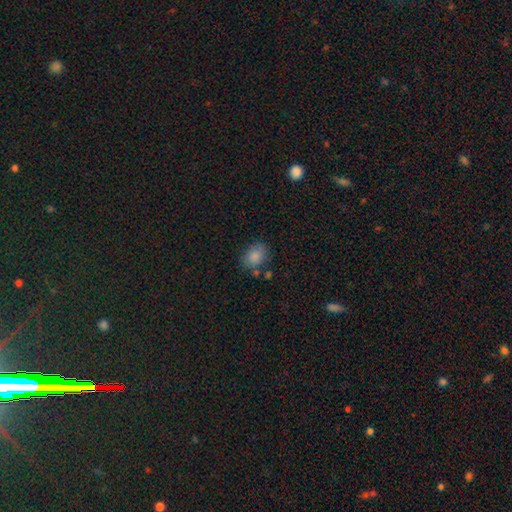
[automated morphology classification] type=smooth (82%); roundness=in between (61%); merging=none (71%).